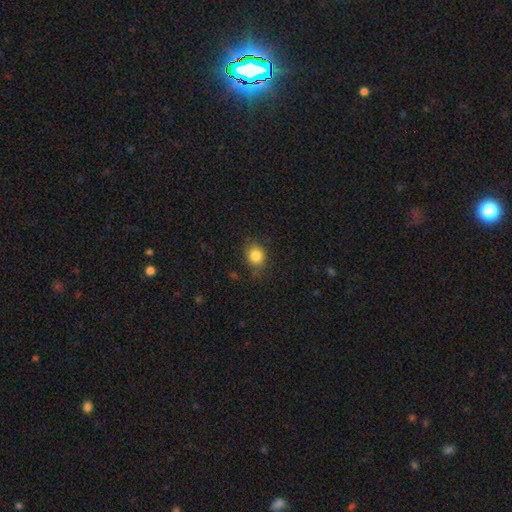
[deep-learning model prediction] Overall: smooth (84%). How rounded: round (72%). Merging: none (76%).